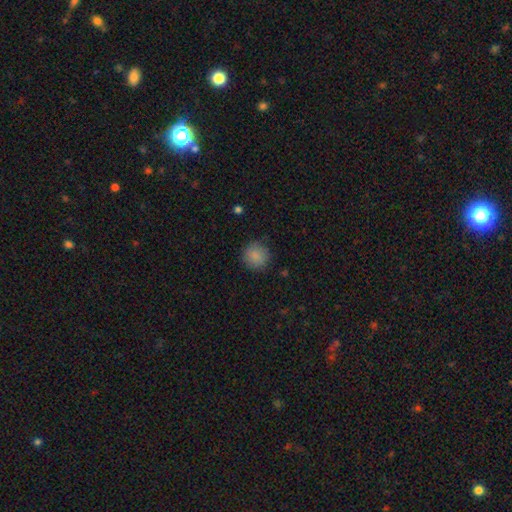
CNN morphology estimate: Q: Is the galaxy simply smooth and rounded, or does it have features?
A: smooth — 86%.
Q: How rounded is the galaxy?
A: round — 92%.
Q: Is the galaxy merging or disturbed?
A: none — 84%.